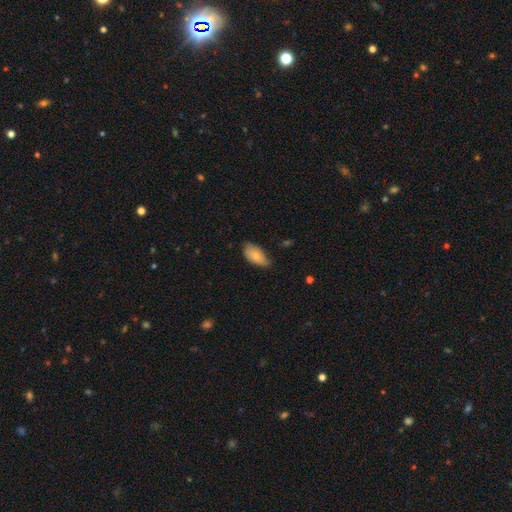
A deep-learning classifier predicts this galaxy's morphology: Smooth or featured? smooth (74%)
How rounded? in between (93%)
Merging? none (57%)